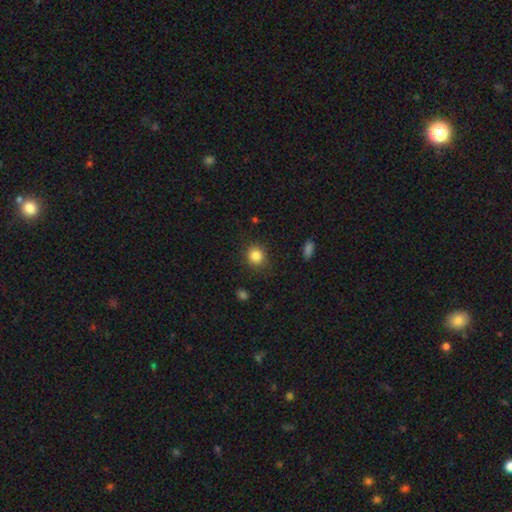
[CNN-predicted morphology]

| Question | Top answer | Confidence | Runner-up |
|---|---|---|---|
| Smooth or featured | smooth | 85% | star or artifact (10%) |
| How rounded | round | 86% | in between (13%) |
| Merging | none | 86% | minor disturbance (10%) |